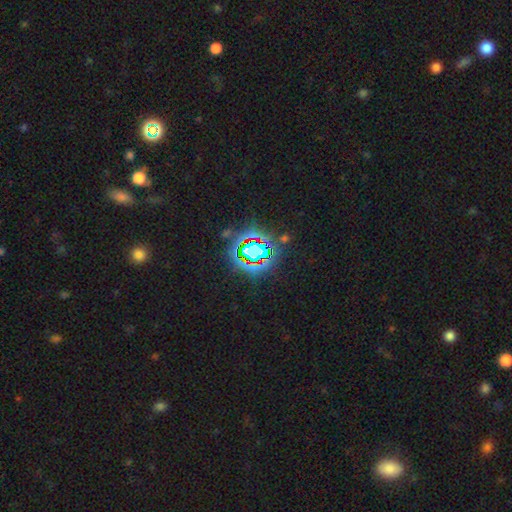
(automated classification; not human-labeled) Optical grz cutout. It shows a star or artifact, not a galaxy (76%).